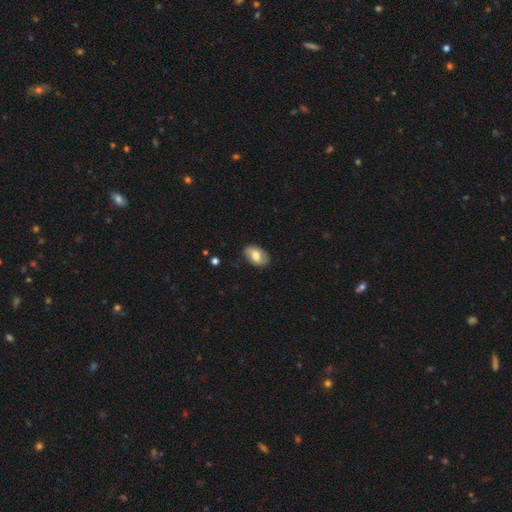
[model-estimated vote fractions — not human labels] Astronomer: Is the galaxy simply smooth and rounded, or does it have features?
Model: smooth — 60%.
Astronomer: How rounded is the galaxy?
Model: in between — 89%.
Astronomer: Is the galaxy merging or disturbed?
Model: none — 80%.